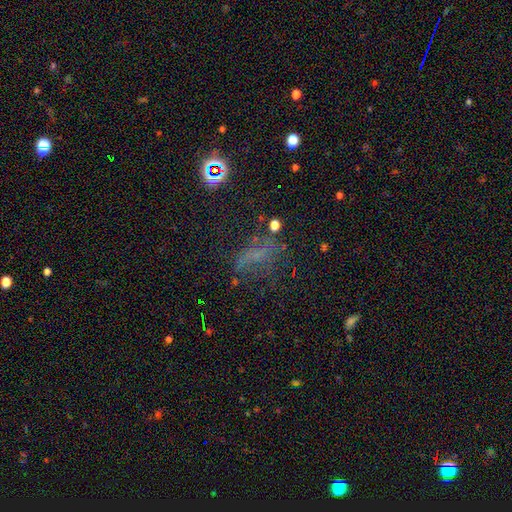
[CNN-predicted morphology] type=star or artifact (36%).